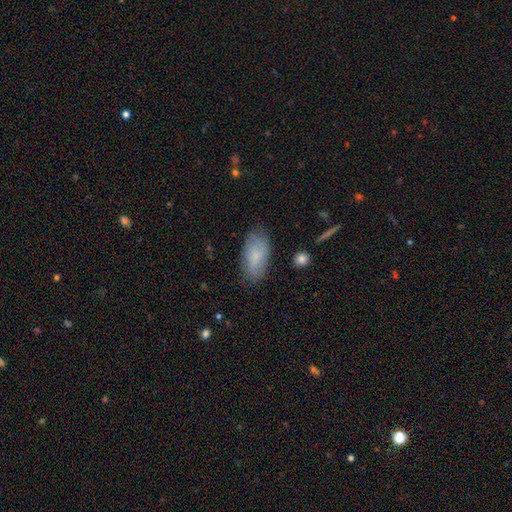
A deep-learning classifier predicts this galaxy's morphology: A smooth galaxy with no disk features (74%) that is in between round and cigar-shaped (92%). Merging: none (76%).